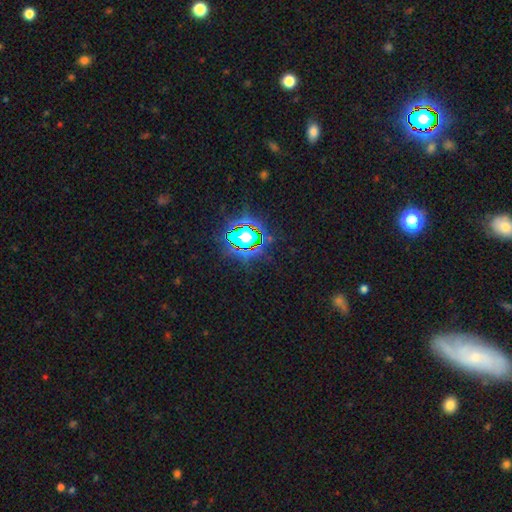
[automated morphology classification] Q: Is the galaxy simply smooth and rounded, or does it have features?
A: star or artifact — 75%.